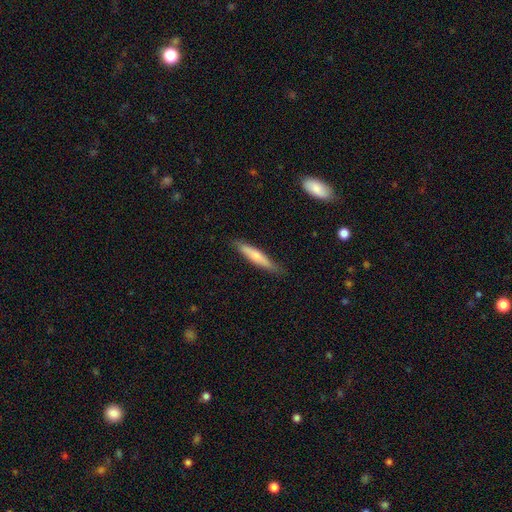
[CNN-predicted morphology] Smooth or featured?
  - smooth: 64% *
  - featured or disk: 31%
  - star or artifact: 5%
How rounded?
  - cigar-shaped: 88% *
  - in between: 11%
  - round: 1%
Merging?
  - none: 81% *
  - minor disturbance: 15%
  - major disturbance: 2%
  - merger: 1%